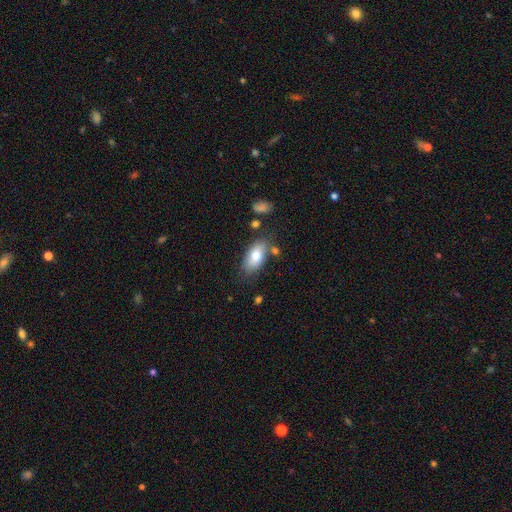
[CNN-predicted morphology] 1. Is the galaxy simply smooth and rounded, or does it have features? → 78% smooth, 15% featured or disk, 7% star or artifact.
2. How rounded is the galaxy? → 92% in between, 4% cigar-shaped, 4% round.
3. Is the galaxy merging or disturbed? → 73% none, 16% minor disturbance, 6% merger, 4% major disturbance.